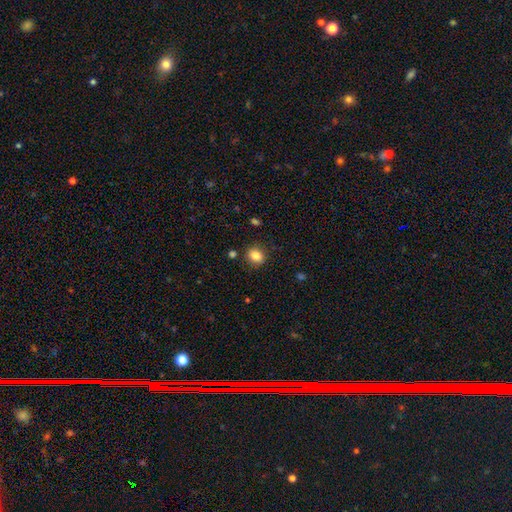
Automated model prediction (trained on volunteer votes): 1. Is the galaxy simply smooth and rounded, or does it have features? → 83% smooth, 10% star or artifact, 7% featured or disk.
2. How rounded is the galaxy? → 66% round, 33% in between, 1% cigar-shaped.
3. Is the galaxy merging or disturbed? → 86% none, 9% minor disturbance, 3% major disturbance, 2% merger.